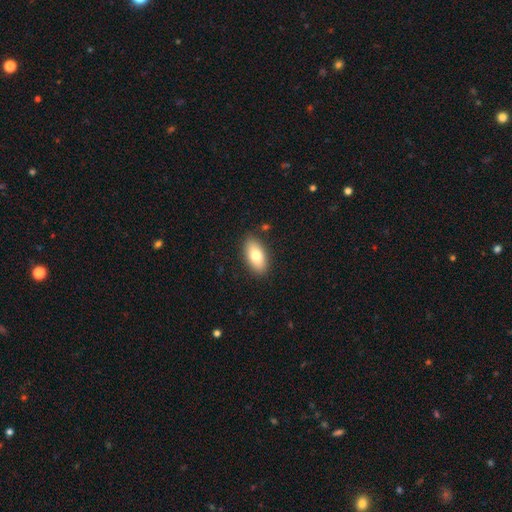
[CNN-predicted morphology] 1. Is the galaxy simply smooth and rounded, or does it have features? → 77% smooth, 16% featured or disk, 7% star or artifact.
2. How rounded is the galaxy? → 90% in between, 6% cigar-shaped, 4% round.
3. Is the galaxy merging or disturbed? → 87% none, 10% minor disturbance, 2% major disturbance, 2% merger.